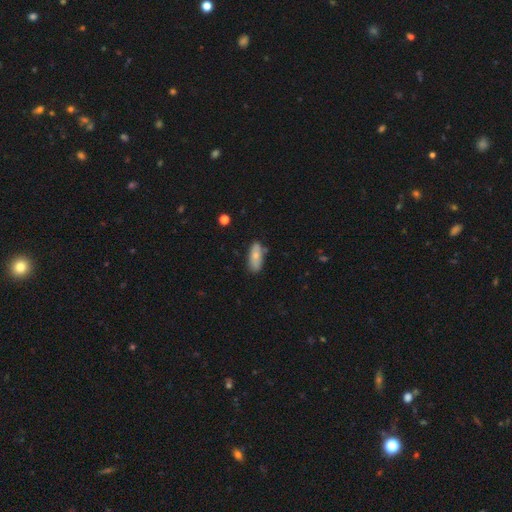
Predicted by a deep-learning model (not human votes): This is likely a smooth galaxy (69%). How rounded: likely in between (79%). Merging: likely none (73%).